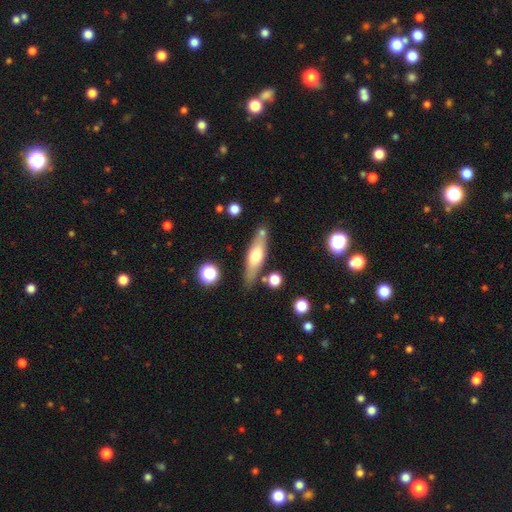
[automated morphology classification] smooth_or_featured: smooth (p=0.49) [alt: featured or disk p=0.45]
merging: none (p=0.77) [alt: minor disturbance p=0.13]